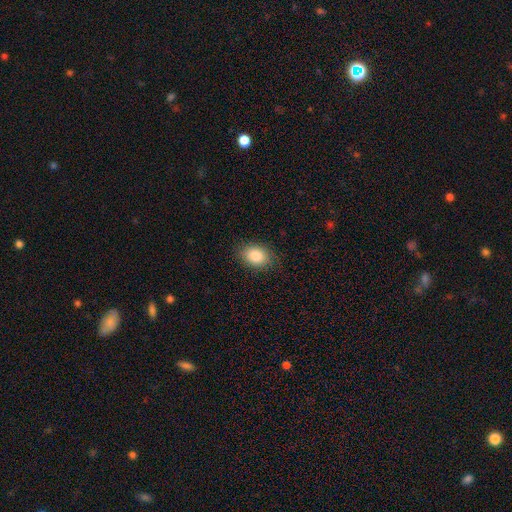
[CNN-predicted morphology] Smooth or featured? smooth (84%)
How rounded? in between (71%)
Merging? none (83%)